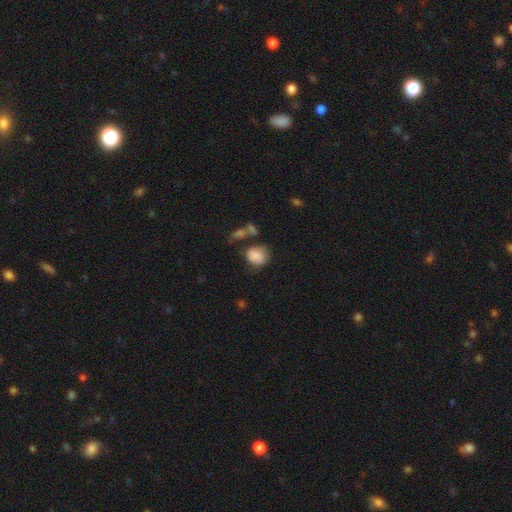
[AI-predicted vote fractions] Smooth or featured: smooth — 82% (featured or disk — 10%)
How rounded: round — 60% (in between — 39%)
Merging: none — 47% (minor disturbance — 23%)